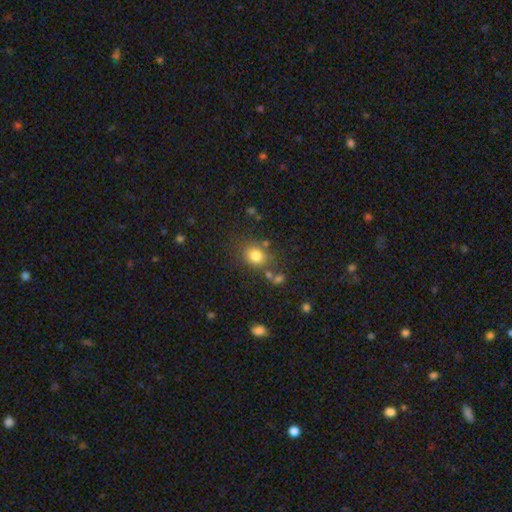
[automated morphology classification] Smooth or featured? Predicted: smooth (p=0.78). How rounded? Predicted: round (p=0.61). Merging? Predicted: none (p=0.70).